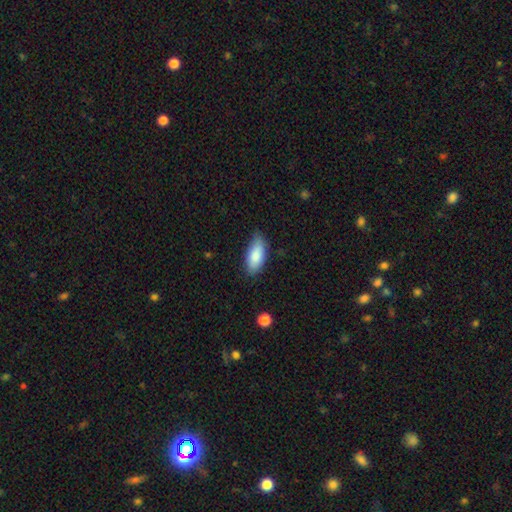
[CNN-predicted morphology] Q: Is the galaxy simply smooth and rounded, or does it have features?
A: smooth — 85%.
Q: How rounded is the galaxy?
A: in between — 87%.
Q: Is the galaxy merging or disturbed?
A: none — 74%.